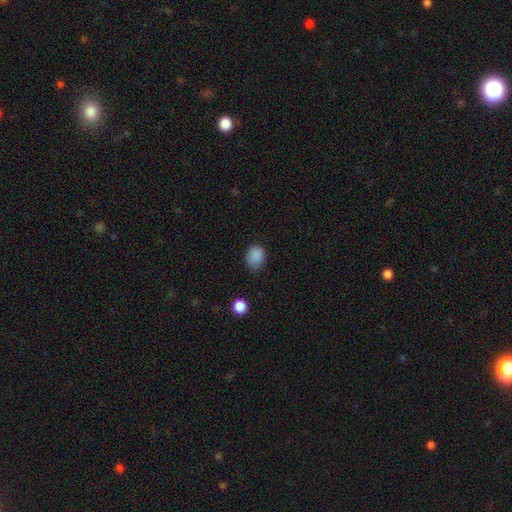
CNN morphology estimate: Smooth or featured: smooth — 86% (star or artifact — 11%)
How rounded: in between — 55% (round — 44%)
Merging: none — 66% (minor disturbance — 27%)